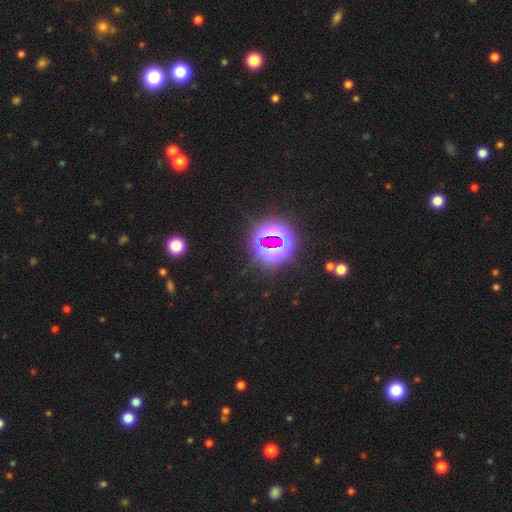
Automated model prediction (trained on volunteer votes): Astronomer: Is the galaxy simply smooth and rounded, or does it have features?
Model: star or artifact — 82%.